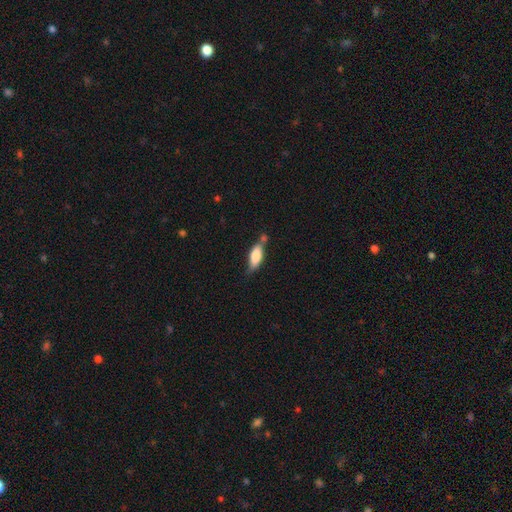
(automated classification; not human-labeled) This appears to be a smooth galaxy with no disk features (73%) that is in between round and cigar-shaped (74%). Merging: none (45%).